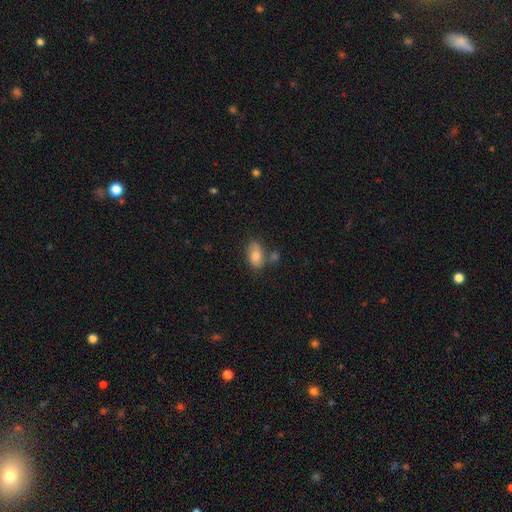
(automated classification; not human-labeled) Smooth or featured? Predicted: smooth (p=0.78). How rounded? Predicted: in between (p=0.90). Merging? Predicted: none (p=0.65).